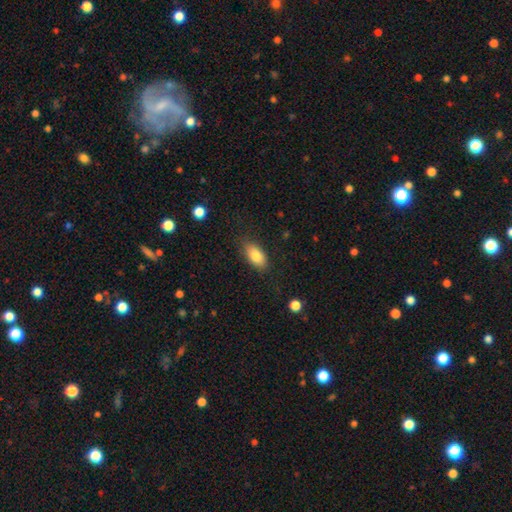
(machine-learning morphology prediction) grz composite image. It shows a smooth galaxy with no disk features (83%) that is in between round and cigar-shaped (89%). Merging: none (80%).